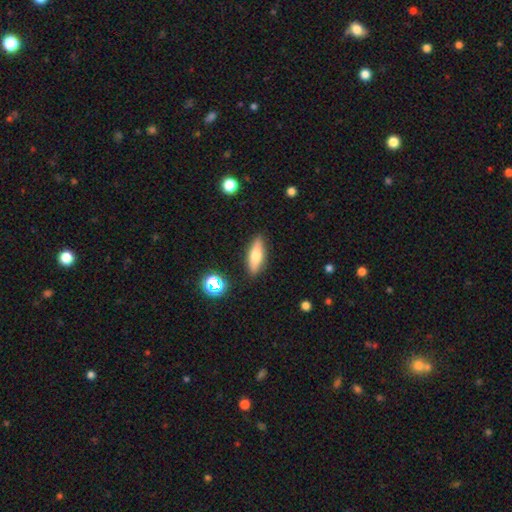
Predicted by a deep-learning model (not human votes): smooth_or_featured: smooth (p=0.64) [alt: featured or disk p=0.27]
how_rounded: in between (p=0.51) [alt: cigar-shaped p=0.46]
merging: none (p=0.87) [alt: minor disturbance p=0.09]